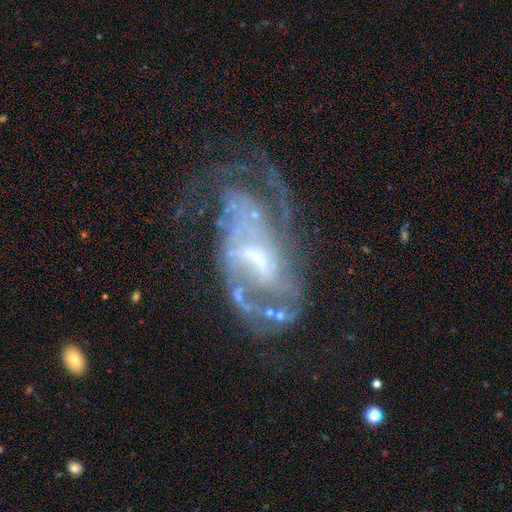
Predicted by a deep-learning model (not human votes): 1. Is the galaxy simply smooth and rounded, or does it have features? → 86% featured or disk, 8% star or artifact, 6% smooth.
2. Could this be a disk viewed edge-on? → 96% no, 4% yes.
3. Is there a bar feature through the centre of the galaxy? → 49% weak, 27% no, 24% strong.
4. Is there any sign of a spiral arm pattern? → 90% yes, 10% no.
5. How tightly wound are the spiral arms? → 46% medium, 33% tight, 21% loose.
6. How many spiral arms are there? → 35% 2, 30% can't tell, 16% 3, 8% 1, 6% 4, 5% more than 4.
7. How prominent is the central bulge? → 40% small, 37% moderate, 15% none, 6% large, 1% dominant.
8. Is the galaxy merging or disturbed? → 42% none, 32% major disturbance, 19% minor disturbance, 6% merger.